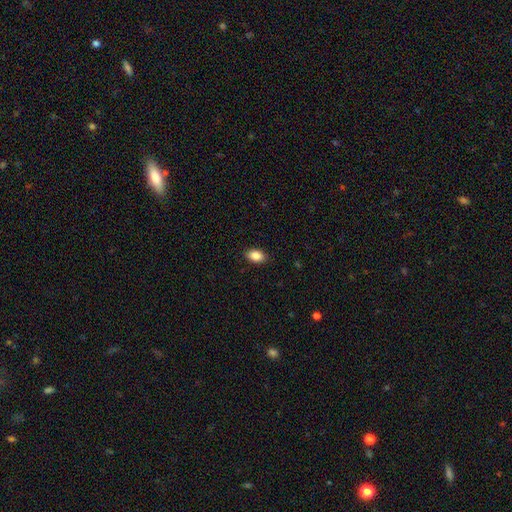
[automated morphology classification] Overall: smooth (87%). How rounded: in between (90%). Merging: none (89%).